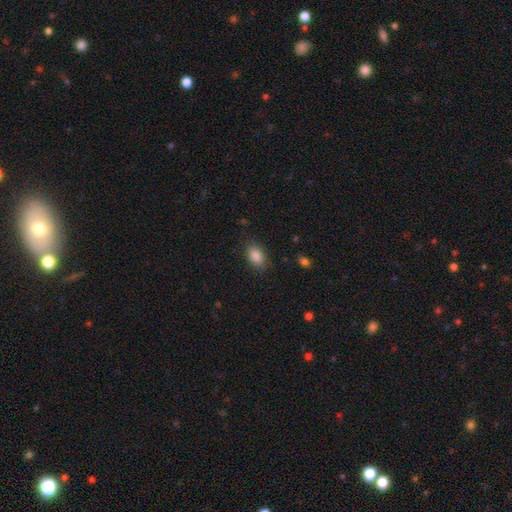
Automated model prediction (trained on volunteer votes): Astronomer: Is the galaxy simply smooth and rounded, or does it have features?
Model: smooth — 87%.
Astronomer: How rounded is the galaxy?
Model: in between — 88%.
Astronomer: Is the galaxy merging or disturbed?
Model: none — 84%.